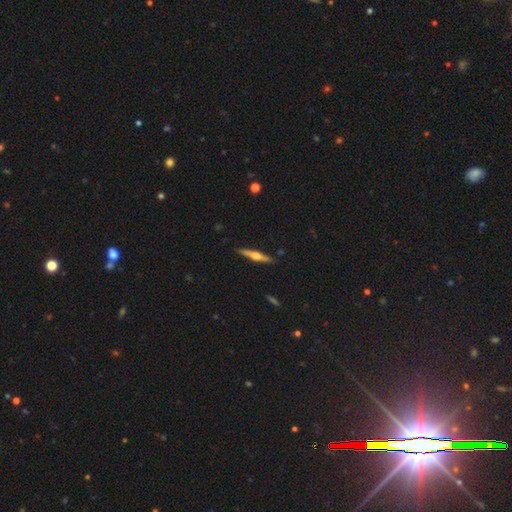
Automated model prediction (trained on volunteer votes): featured or disk 71%, smooth 24%, star or artifact 5%. Down the decision tree: edge-on disk — yes (98%); edge-on bulge — rounded (93%); merging — none (89%).